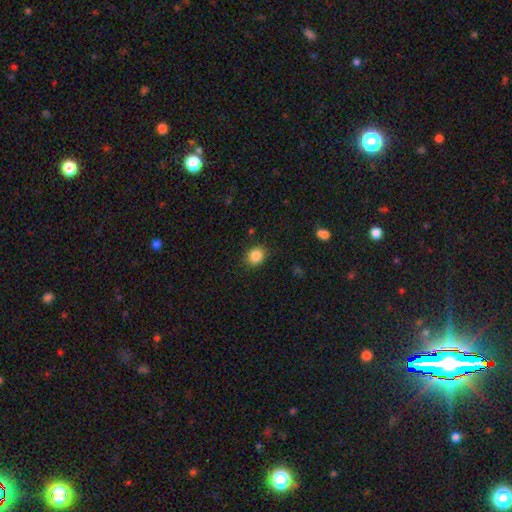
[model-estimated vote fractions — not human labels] Smooth or featured? Predicted: smooth (p=0.86). How rounded? Predicted: round (p=0.61). Merging? Predicted: none (p=0.87).